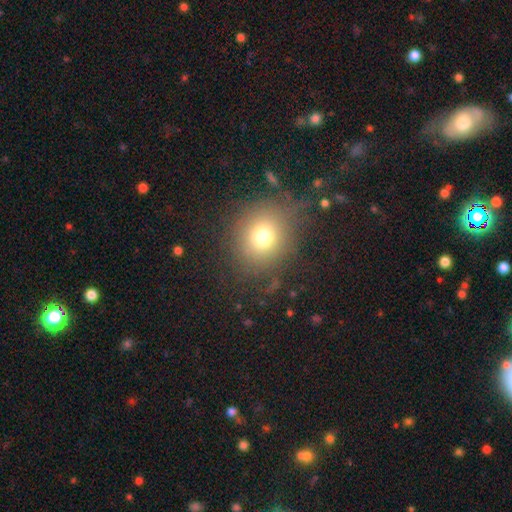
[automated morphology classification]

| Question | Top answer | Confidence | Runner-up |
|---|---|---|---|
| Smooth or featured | smooth | 70% | star or artifact (21%) |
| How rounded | round | 79% | in between (19%) |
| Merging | none | 82% | minor disturbance (12%) |